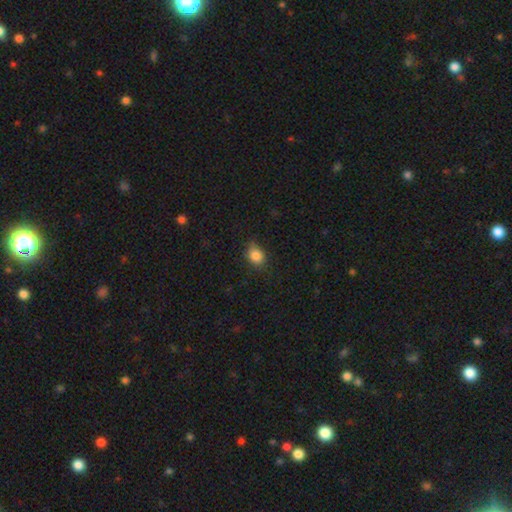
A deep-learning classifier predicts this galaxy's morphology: type=smooth (86%); roundness=in between (50%); merging=none (72%).